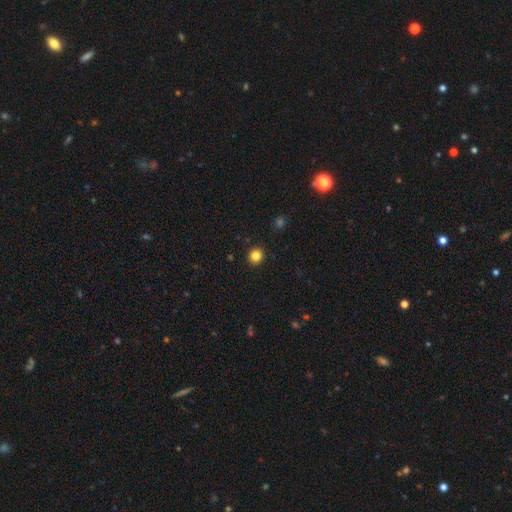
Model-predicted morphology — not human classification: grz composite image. It shows a smooth galaxy with no disk features (83%) that is round (87%). Merging: none (92%).